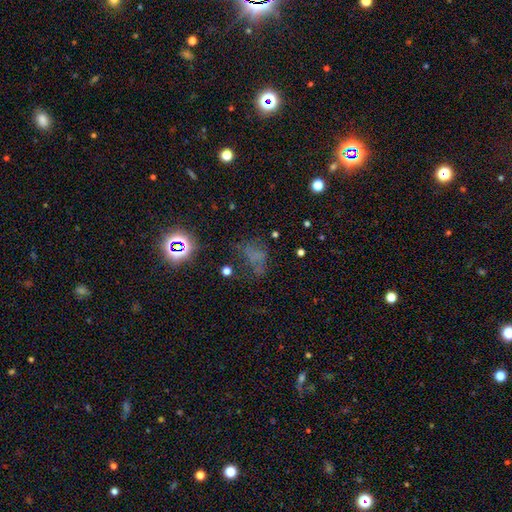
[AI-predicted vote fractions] smooth_or_featured: smooth (p=0.41) [alt: star or artifact p=0.35]
merging: none (p=0.44) [alt: major disturbance p=0.29]